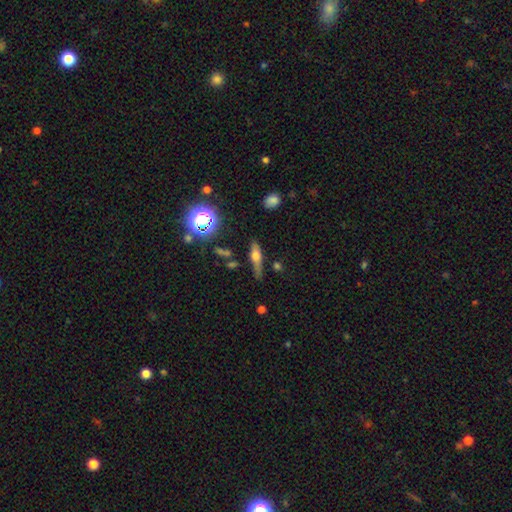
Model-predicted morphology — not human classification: smooth-or-featured: featured or disk: 44% | smooth: 43% | star or artifact: 12%
  merging: none: 67% | minor disturbance: 21% | major disturbance: 7% | merger: 5%